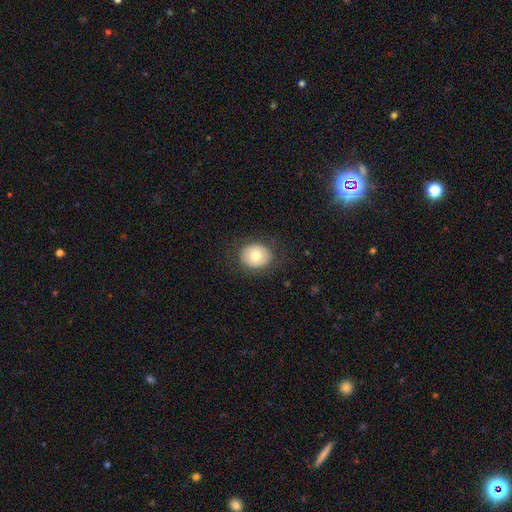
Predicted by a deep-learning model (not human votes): This is likely a smooth galaxy (73%). How rounded: likely round (68%). Merging: clearly none (84%).